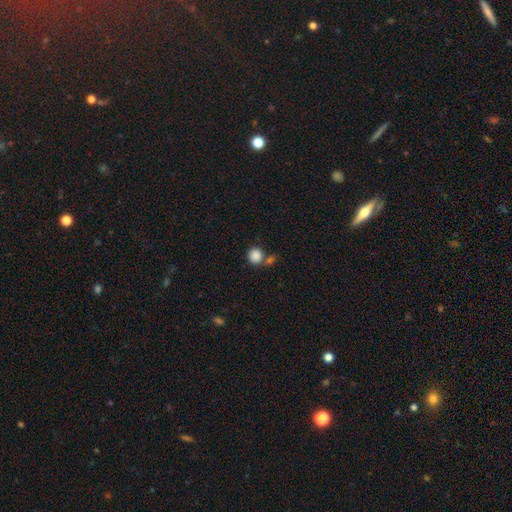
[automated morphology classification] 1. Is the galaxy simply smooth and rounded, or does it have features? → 87% smooth, 9% star or artifact, 4% featured or disk.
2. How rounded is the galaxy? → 89% round, 10% in between, 1% cigar-shaped.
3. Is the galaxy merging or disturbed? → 59% none, 27% merger, 10% minor disturbance, 4% major disturbance.